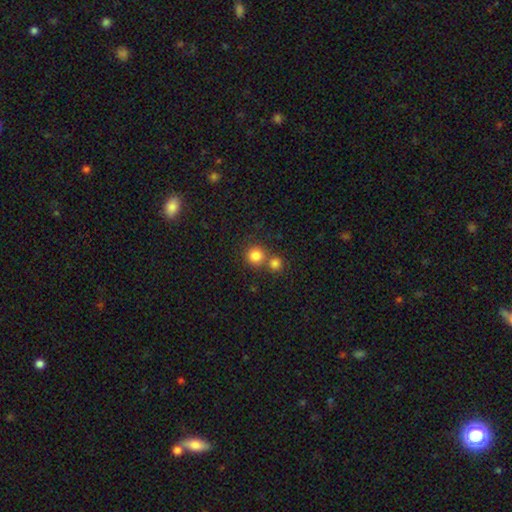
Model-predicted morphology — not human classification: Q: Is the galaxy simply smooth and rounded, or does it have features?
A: smooth — 82%.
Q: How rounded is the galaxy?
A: round — 92%.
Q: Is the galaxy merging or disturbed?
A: none — 62%.